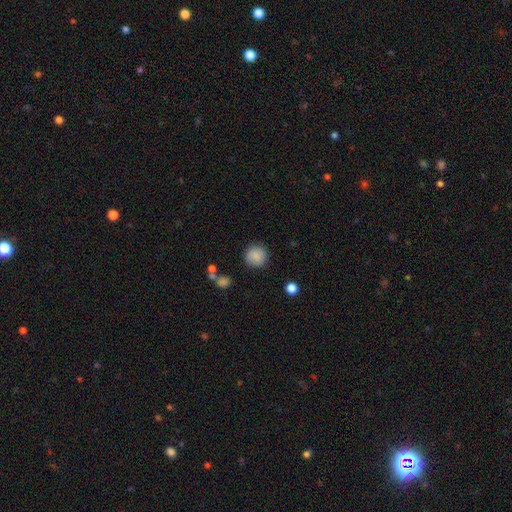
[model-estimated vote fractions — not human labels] Q: Smooth or featured?
A: smooth (86%); runner-up: star or artifact (9%)
Q: How rounded?
A: round (93%); runner-up: in between (6%)
Q: Merging?
A: none (85%); runner-up: minor disturbance (10%)